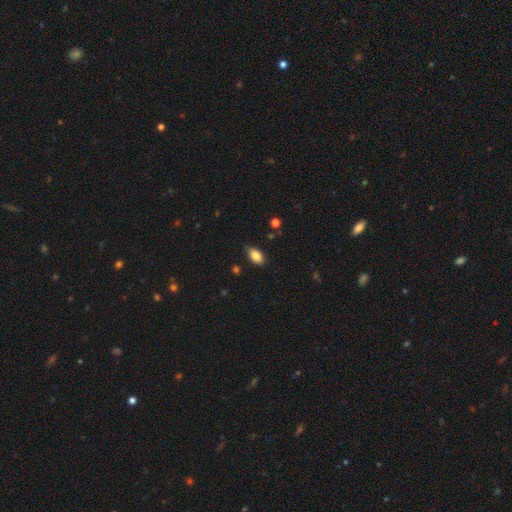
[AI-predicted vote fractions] This is clearly a smooth galaxy (84%). How rounded: clearly in between (91%). Merging: clearly none (80%).